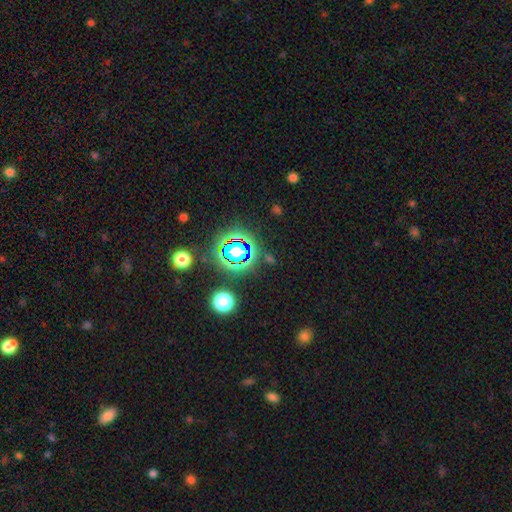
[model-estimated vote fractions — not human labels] This is likely a star or artifact rather than a galaxy (77%).